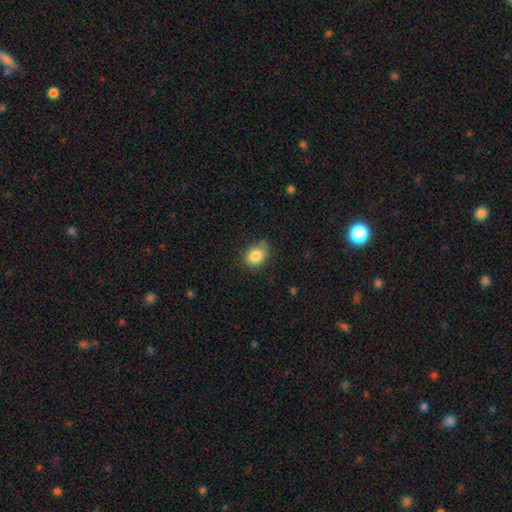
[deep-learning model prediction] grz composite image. It shows a smooth galaxy with no disk features (84%) that is in between round and cigar-shaped (50%). Merging: none (69%).